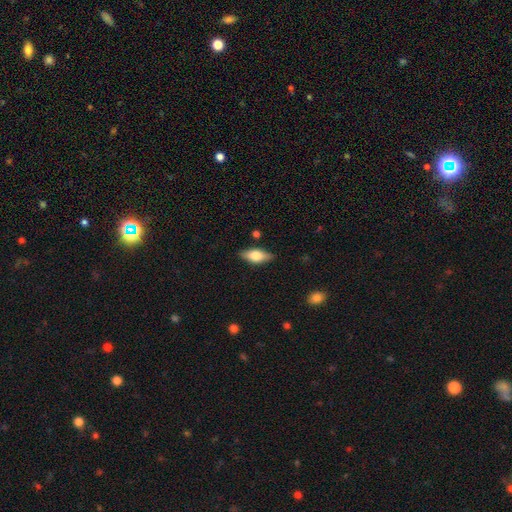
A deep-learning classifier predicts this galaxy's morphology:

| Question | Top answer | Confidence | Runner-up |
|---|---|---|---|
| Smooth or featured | smooth | 62% | featured or disk (31%) |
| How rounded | in between | 78% | cigar-shaped (18%) |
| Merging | none | 84% | minor disturbance (12%) |